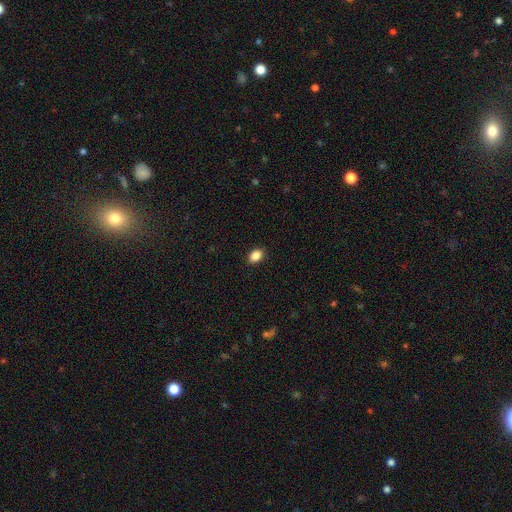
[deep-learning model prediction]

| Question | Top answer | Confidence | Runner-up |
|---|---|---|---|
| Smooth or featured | smooth | 88% | star or artifact (9%) |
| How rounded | in between | 79% | round (19%) |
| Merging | none | 90% | minor disturbance (7%) |